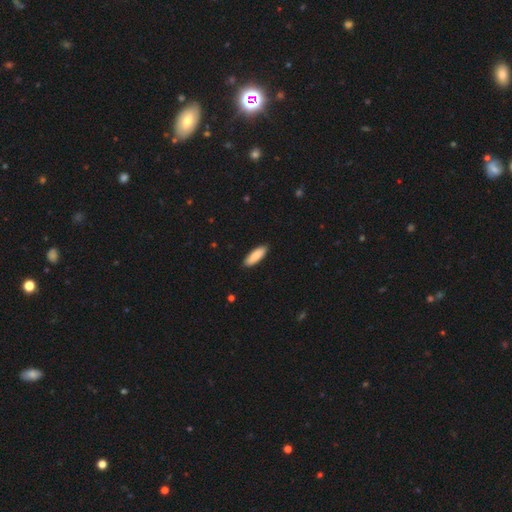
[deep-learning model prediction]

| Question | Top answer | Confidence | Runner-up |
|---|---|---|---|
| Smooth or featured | smooth | 88% | featured or disk (7%) |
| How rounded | in between | 58% | cigar-shaped (40%) |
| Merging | none | 89% | minor disturbance (8%) |